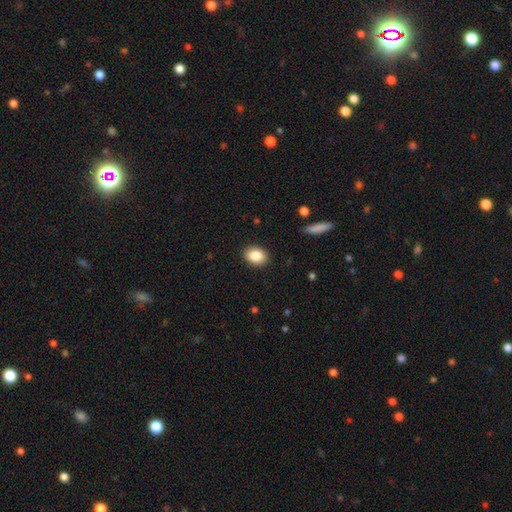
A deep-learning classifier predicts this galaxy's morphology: Smooth or featured?
  - smooth: 86% *
  - star or artifact: 8%
  - featured or disk: 6%
How rounded?
  - in between: 71% *
  - round: 28%
  - cigar-shaped: 1%
Merging?
  - none: 89% *
  - minor disturbance: 8%
  - major disturbance: 2%
  - merger: 1%